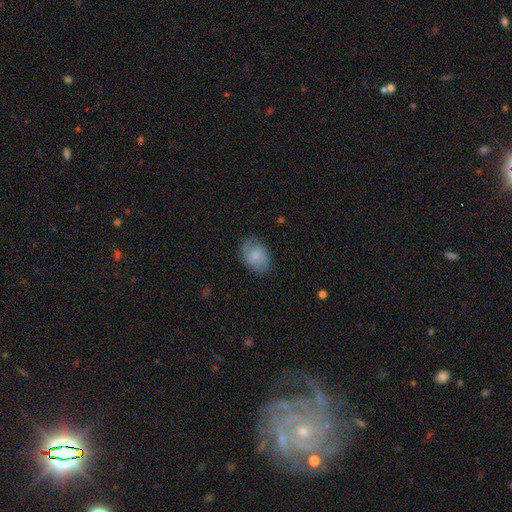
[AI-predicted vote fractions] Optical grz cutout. It shows a smooth galaxy with no disk features (62%) that is in between round and cigar-shaped (76%). Merging: none (74%).